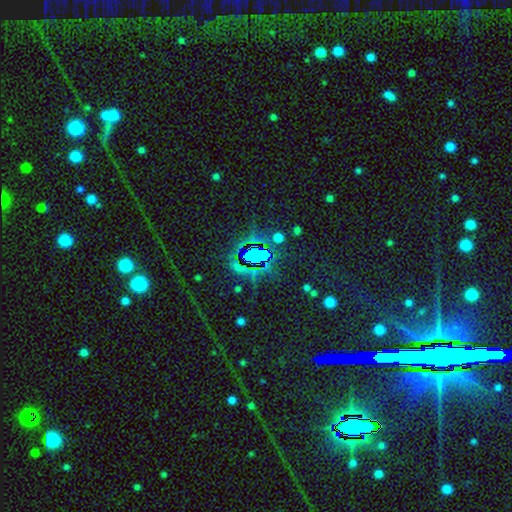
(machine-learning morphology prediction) Smooth or featured? Predicted: star or artifact (p=0.73).